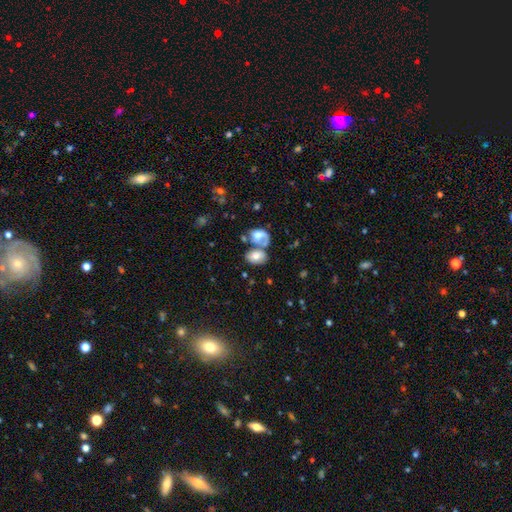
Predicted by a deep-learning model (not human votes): smooth 64%, featured or disk 27%, star or artifact 9%. Down the decision tree: how rounded — in between (83%); merging — merger (57%).